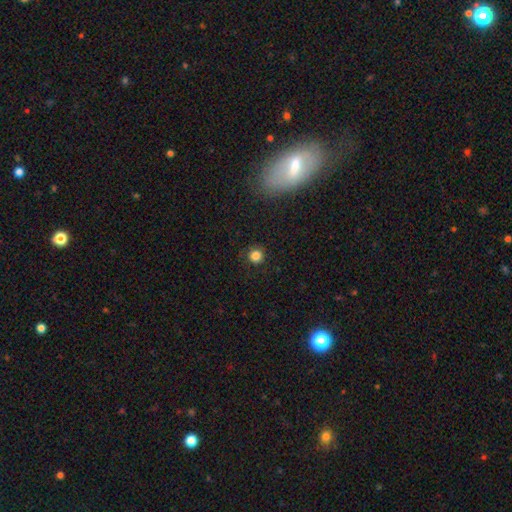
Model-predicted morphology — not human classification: Smooth or featured: smooth — 84% (star or artifact — 12%)
How rounded: round — 95% (in between — 4%)
Merging: none — 89% (minor disturbance — 7%)